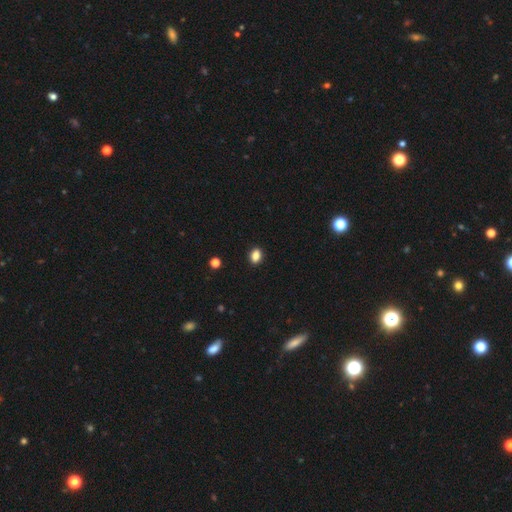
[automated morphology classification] smooth-or-featured: smooth: 85% | star or artifact: 10% | featured or disk: 4%
  how-rounded: in between: 73% | round: 26% | cigar-shaped: 2%
  merging: none: 90% | minor disturbance: 7% | major disturbance: 2% | merger: 1%